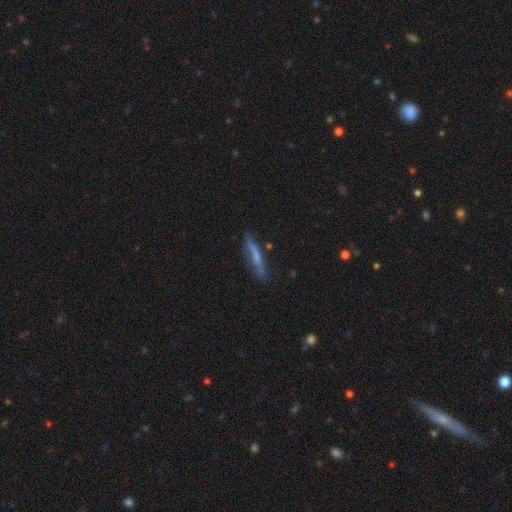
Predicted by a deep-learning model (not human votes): A smooth galaxy with no disk features (52%) that is cigar-shaped (91%). Merging: none (75%).